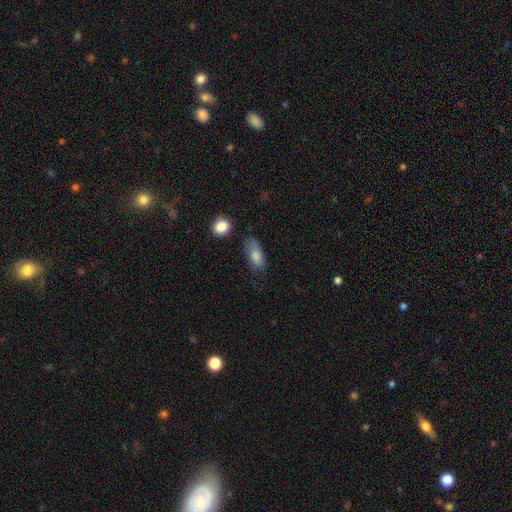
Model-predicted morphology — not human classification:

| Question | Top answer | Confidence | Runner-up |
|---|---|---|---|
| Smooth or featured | smooth | 82% | featured or disk (9%) |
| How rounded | in between | 84% | cigar-shaped (11%) |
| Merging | none | 54% | minor disturbance (31%) |